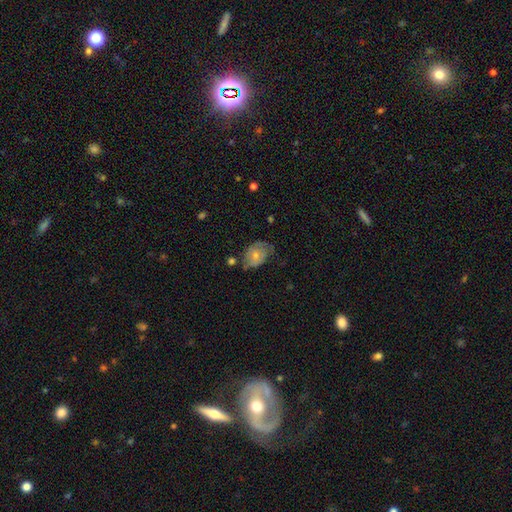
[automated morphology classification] The model was most divided on "merging": none: 41%, minor disturbance: 38%, major disturbance: 16%, merger: 5%. More confident: how rounded — in between (73%); smooth or featured — smooth (59%).